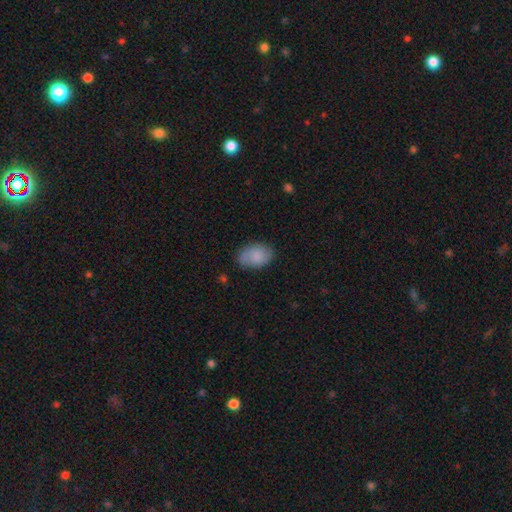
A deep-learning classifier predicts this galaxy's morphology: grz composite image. It shows a smooth galaxy with no disk features (82%) that is in between round and cigar-shaped (86%). Merging: none (77%).